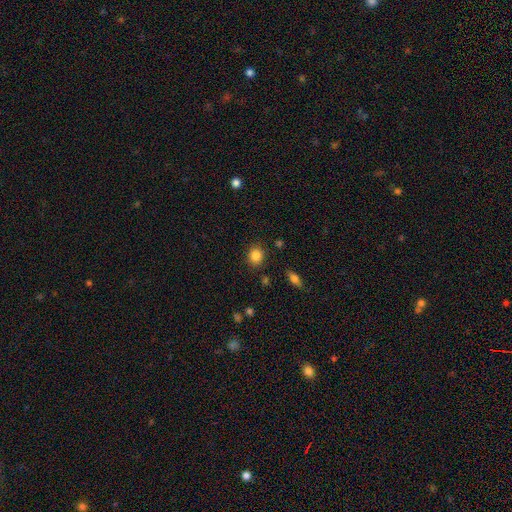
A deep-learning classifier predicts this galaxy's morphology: smooth 85%, star or artifact 10%, featured or disk 5%. Down the decision tree: how rounded — round (74%); merging — none (87%).